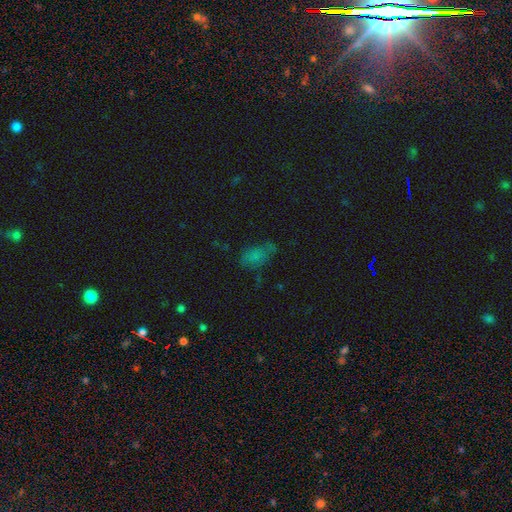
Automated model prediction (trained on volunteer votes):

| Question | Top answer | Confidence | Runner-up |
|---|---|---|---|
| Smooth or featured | smooth | 67% | star or artifact (20%) |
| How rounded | in between | 87% | round (8%) |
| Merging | none | 51% | minor disturbance (27%) |